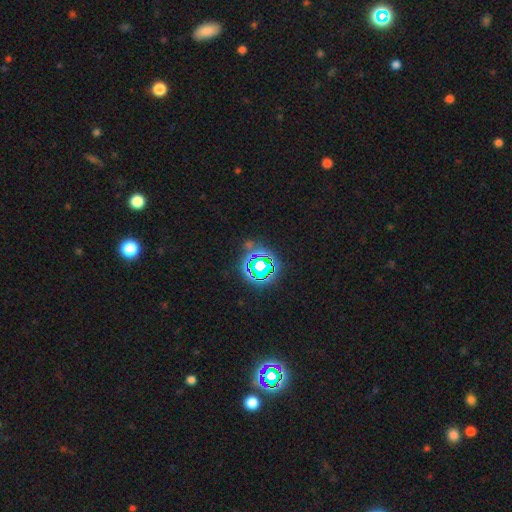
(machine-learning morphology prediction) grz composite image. It shows a star or artifact, not a galaxy (78%).